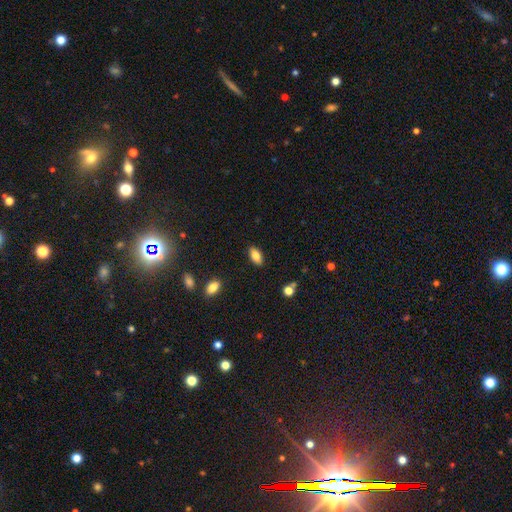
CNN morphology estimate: smooth_or_featured: smooth (p=0.81) [alt: featured or disk p=0.12]
how_rounded: in between (p=0.89) [alt: cigar-shaped p=0.07]
merging: none (p=0.88) [alt: minor disturbance p=0.09]